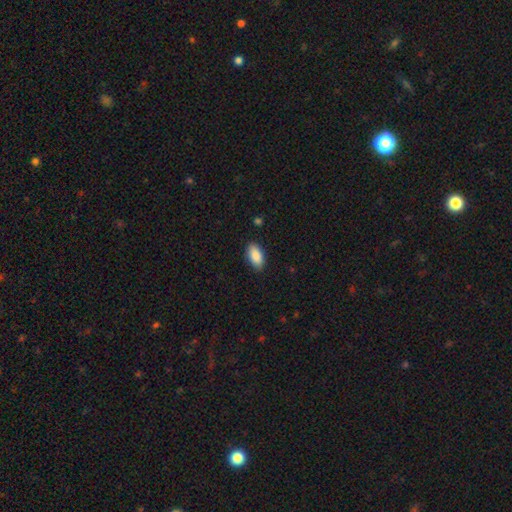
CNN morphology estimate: type=smooth (88%); roundness=in between (93%); merging=none (87%).